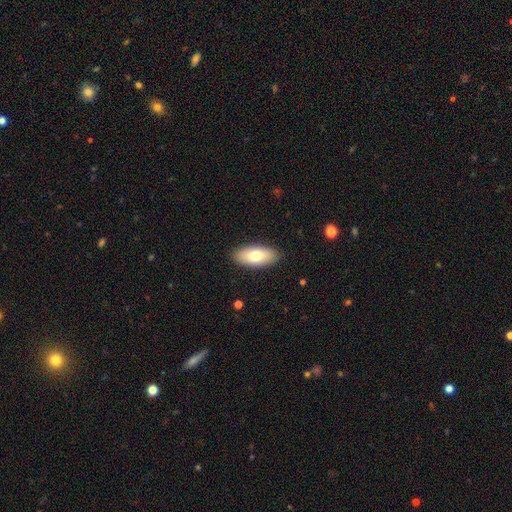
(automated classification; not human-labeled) Morphology: type=smooth (74%); roundness=in between (89%); merging=none (89%).